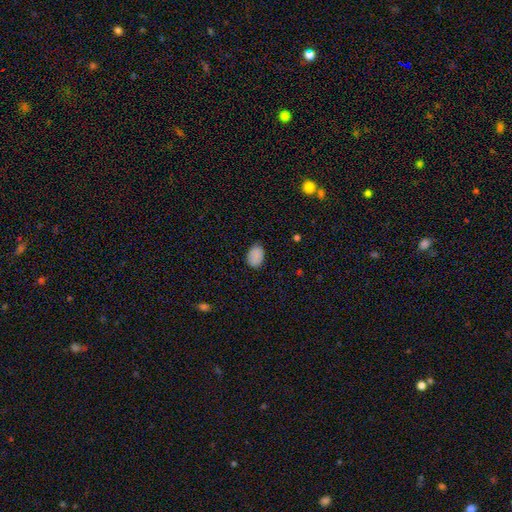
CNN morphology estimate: A smooth galaxy with no disk features (89%) that is in between round and cigar-shaped (83%). Merging: none (81%).